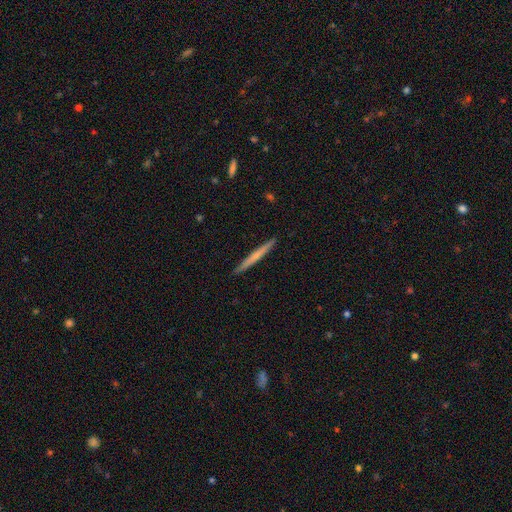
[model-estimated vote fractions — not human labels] smooth-or-featured: smooth: 53% | featured or disk: 42% | star or artifact: 5%
  how-rounded: cigar-shaped: 97% | in between: 2% | round: 1%
  merging: none: 93% | minor disturbance: 5% | major disturbance: 1% | merger: 1%